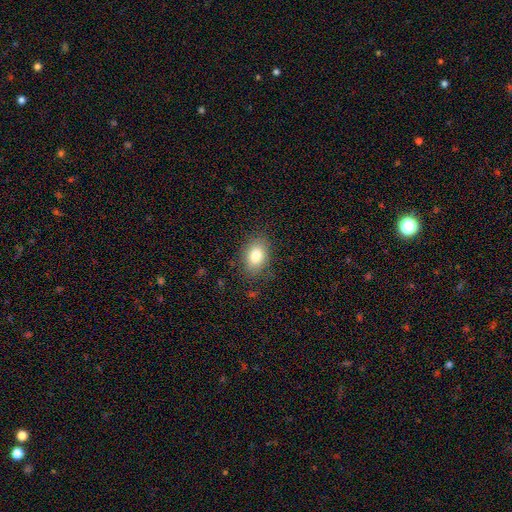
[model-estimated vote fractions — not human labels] Smooth or featured?
  - smooth: 81% *
  - featured or disk: 10%
  - star or artifact: 9%
How rounded?
  - in between: 78% *
  - round: 21%
  - cigar-shaped: 1%
Merging?
  - none: 81% *
  - minor disturbance: 13%
  - major disturbance: 4%
  - merger: 1%